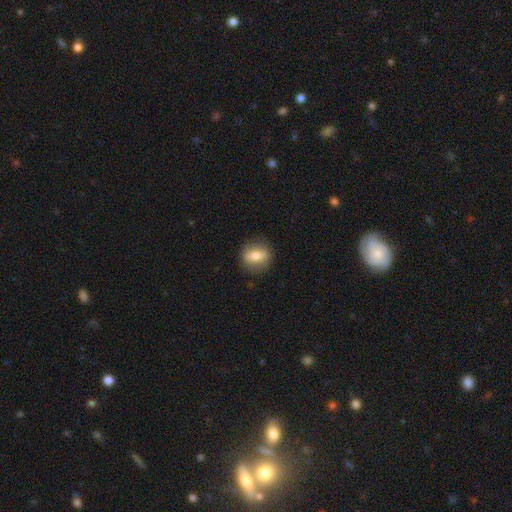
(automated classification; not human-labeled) smooth_or_featured: smooth (p=0.63) [alt: featured or disk p=0.29]
how_rounded: round (p=0.51) [alt: in between p=0.43]
merging: none (p=0.86) [alt: minor disturbance p=0.10]